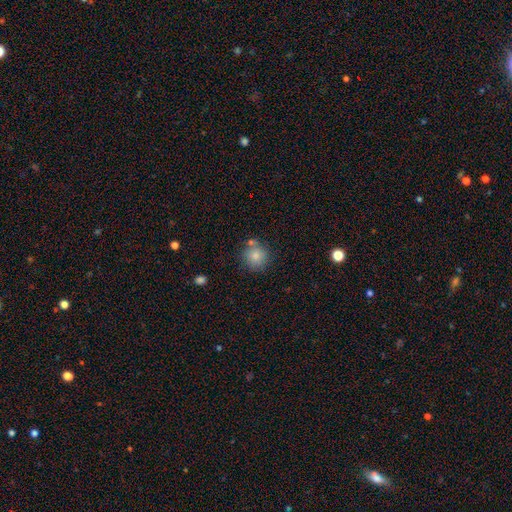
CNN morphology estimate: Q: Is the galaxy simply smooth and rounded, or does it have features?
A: smooth — 82%.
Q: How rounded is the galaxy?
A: round — 90%.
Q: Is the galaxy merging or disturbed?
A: none — 72%.